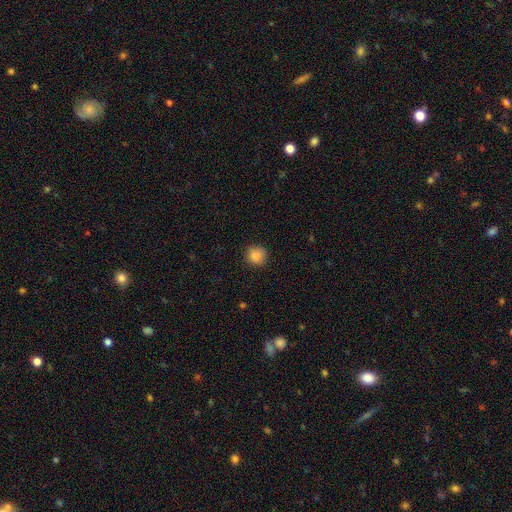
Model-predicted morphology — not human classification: type=smooth (87%); roundness=round (91%); merging=none (86%).